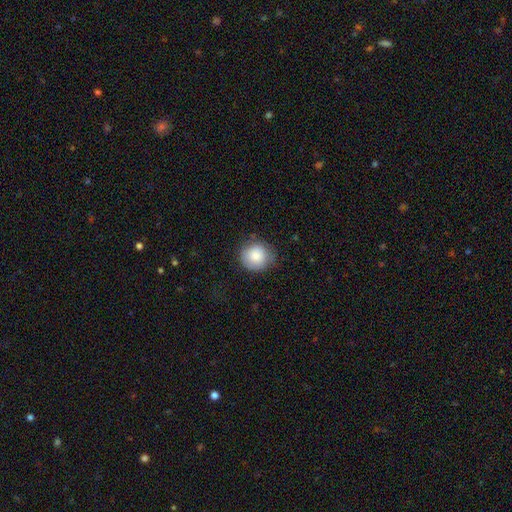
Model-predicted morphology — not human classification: smooth 83%, featured or disk 9%, star or artifact 8%. Down the decision tree: how rounded — round (89%); merging — none (76%).